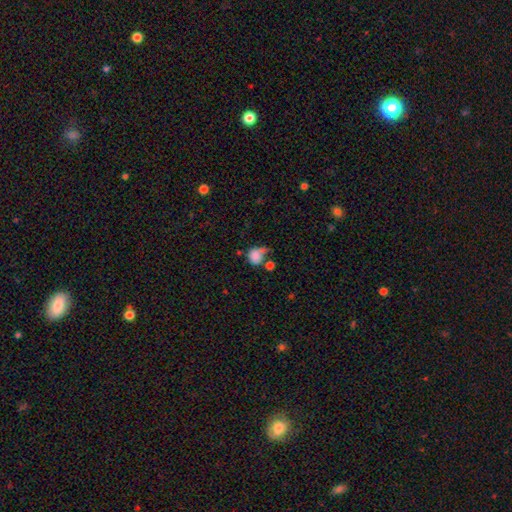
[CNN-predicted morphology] Smooth or featured? smooth (77%)
How rounded? round (63%)
Merging? major disturbance (30%)